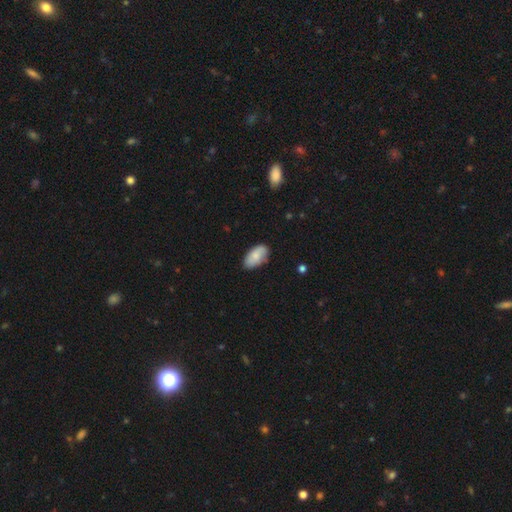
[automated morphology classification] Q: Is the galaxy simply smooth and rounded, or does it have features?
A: smooth — 81%.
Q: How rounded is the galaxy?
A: in between — 94%.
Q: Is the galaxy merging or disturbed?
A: none — 80%.